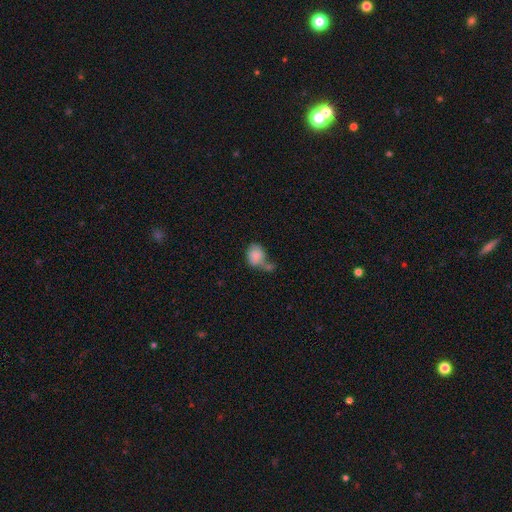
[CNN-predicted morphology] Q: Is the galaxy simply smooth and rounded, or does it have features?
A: smooth — 81%.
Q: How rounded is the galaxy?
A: in between — 53%.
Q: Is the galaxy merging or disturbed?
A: merger — 41%.